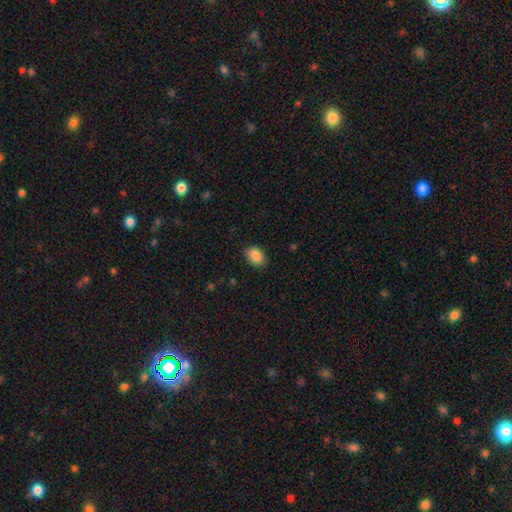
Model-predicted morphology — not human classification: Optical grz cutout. It shows a smooth galaxy with no disk features (87%) that is in between round and cigar-shaped (71%). Merging: none (86%).